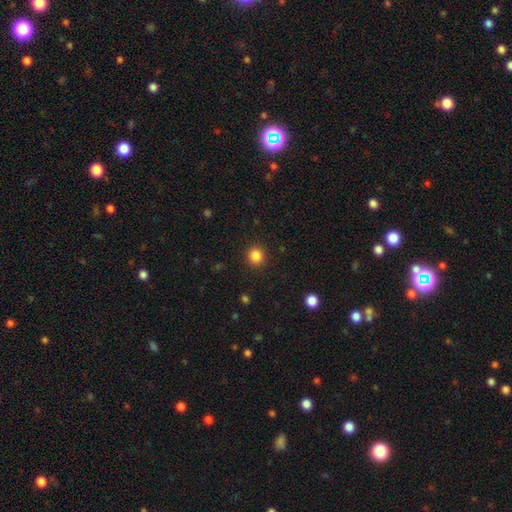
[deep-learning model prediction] A smooth galaxy with no disk features (84%) that is round (91%). Merging: none (91%).